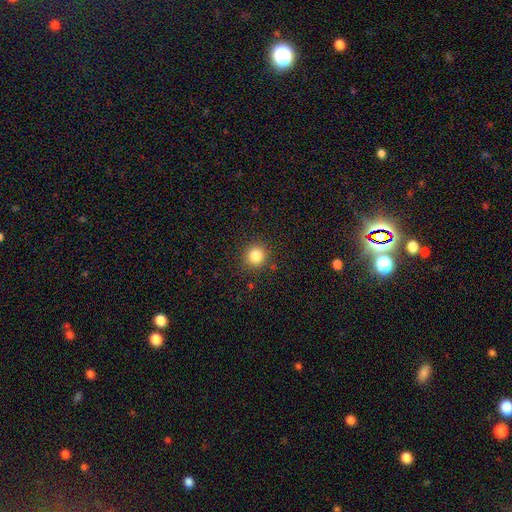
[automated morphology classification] Smooth or featured? smooth (83%)
How rounded? round (92%)
Merging? none (89%)